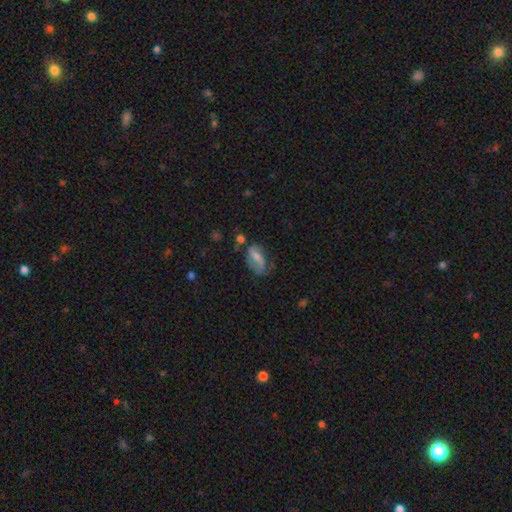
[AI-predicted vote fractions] featured or disk 54%, smooth 37%, star or artifact 9%. Down the decision tree: edge-on disk — no (94%); bar — weak (42%); spiral arms — yes (75%); bulge size — moderate (43%); merging — none (45%).